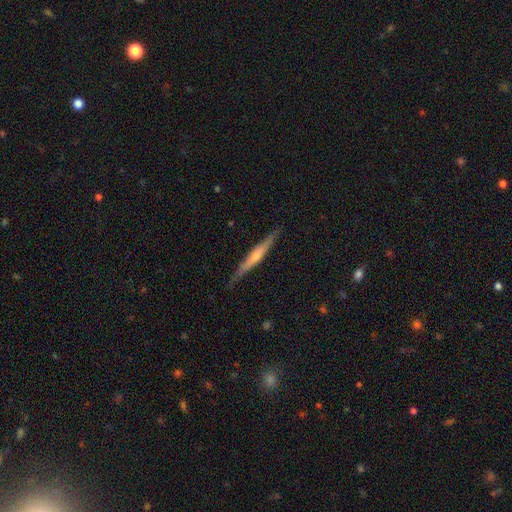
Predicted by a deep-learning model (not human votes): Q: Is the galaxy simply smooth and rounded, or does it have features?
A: featured or disk — 72%.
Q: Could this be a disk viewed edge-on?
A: yes — 98%.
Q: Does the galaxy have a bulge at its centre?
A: rounded — 73%.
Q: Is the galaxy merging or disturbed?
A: none — 89%.